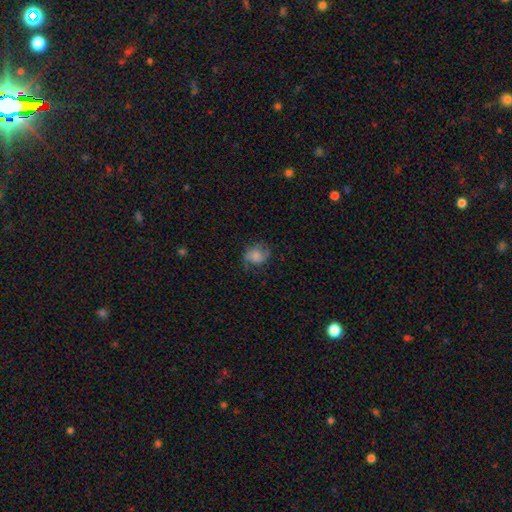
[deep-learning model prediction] Smooth or featured?
  - smooth: 66% *
  - featured or disk: 24%
  - star or artifact: 10%
How rounded?
  - round: 55% *
  - in between: 44%
  - cigar-shaped: 1%
Merging?
  - none: 56% *
  - minor disturbance: 26%
  - major disturbance: 16%
  - merger: 1%